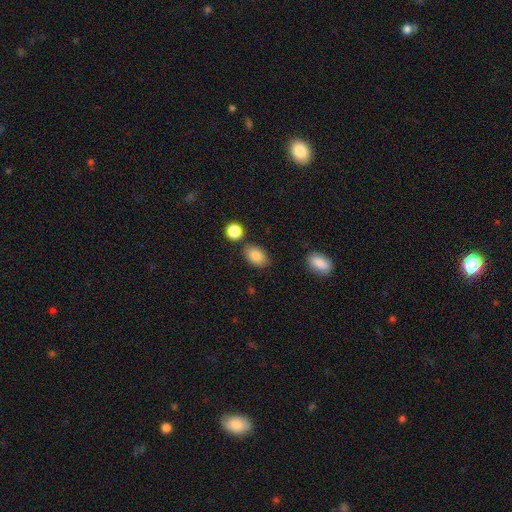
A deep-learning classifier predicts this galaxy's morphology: smooth_or_featured: smooth (p=0.85) [alt: star or artifact p=0.08]
how_rounded: in between (p=0.87) [alt: round p=0.11]
merging: none (p=0.78) [alt: minor disturbance p=0.12]